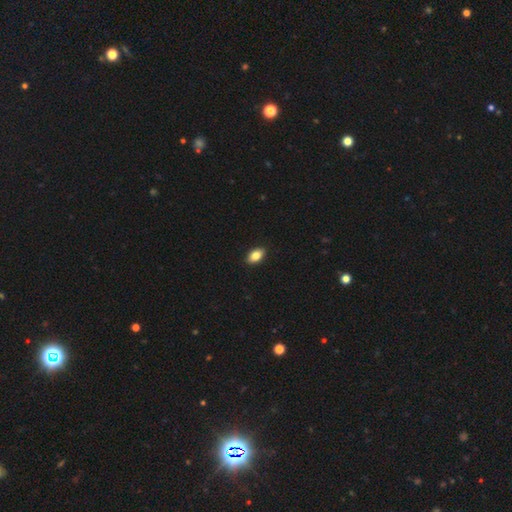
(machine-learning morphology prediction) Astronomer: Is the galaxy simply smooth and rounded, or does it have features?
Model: smooth — 83%.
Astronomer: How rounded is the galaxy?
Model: in between — 90%.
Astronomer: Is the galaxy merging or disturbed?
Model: none — 91%.